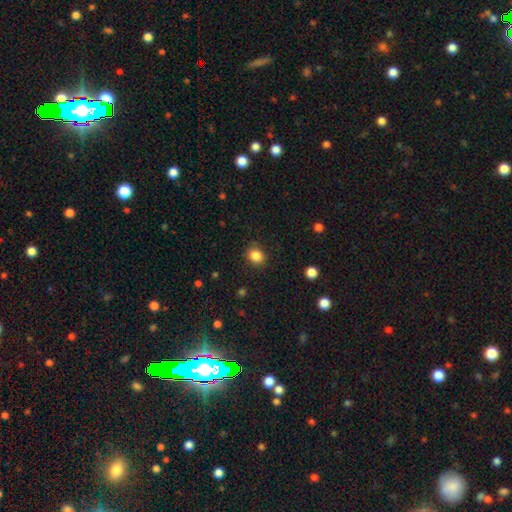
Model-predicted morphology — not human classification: Smooth or featured? Predicted: smooth (p=0.86). How rounded? Predicted: round (p=0.73). Merging? Predicted: none (p=0.87).